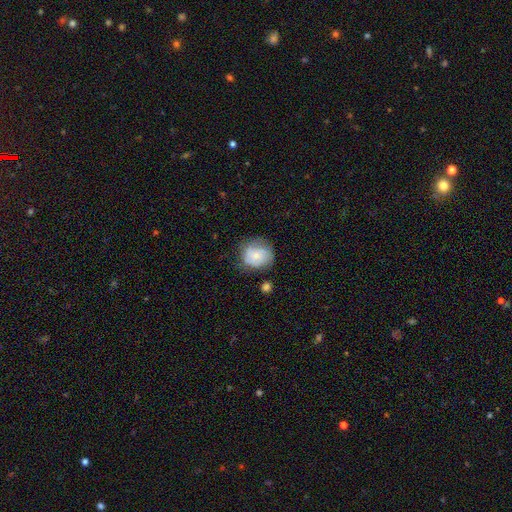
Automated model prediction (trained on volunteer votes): The model was most divided on "smooth or featured": featured or disk: 48%, smooth: 44%, star or artifact: 8%. More confident: merging — none (65%).